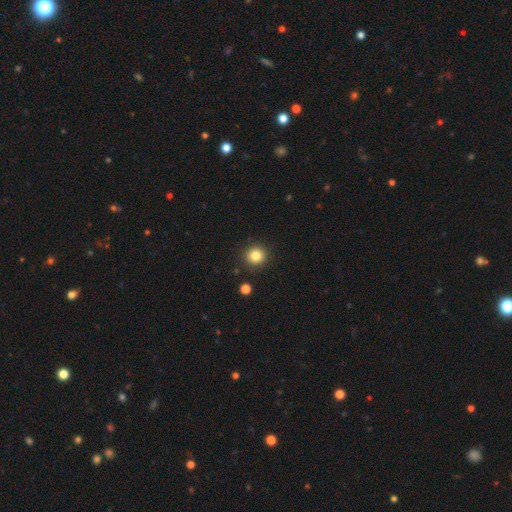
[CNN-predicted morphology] smooth-or-featured: smooth: 84% | star or artifact: 11% | featured or disk: 5%
  how-rounded: round: 93% | in between: 6% | cigar-shaped: 1%
  merging: none: 90% | minor disturbance: 6% | major disturbance: 2% | merger: 2%